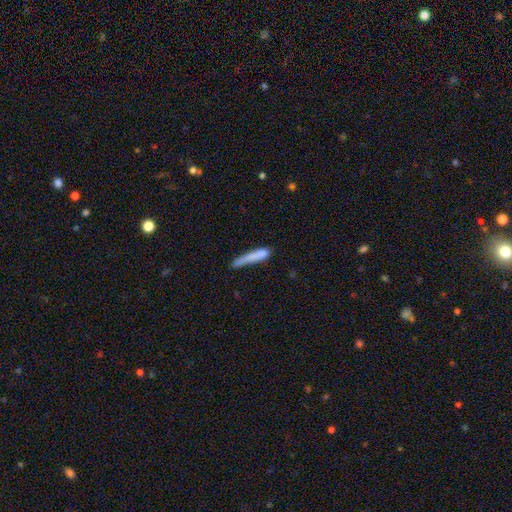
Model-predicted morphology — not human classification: Smooth or featured? smooth (73%)
How rounded? cigar-shaped (90%)
Merging? none (48%)